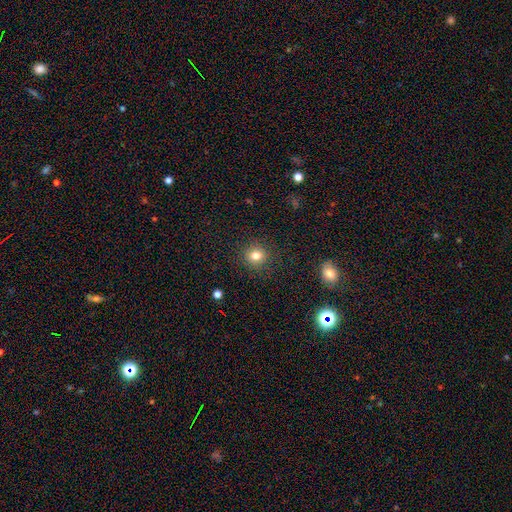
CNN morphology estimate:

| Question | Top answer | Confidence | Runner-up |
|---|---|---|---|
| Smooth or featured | smooth | 81% | star or artifact (13%) |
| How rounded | round | 86% | in between (13%) |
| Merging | none | 89% | minor disturbance (7%) |